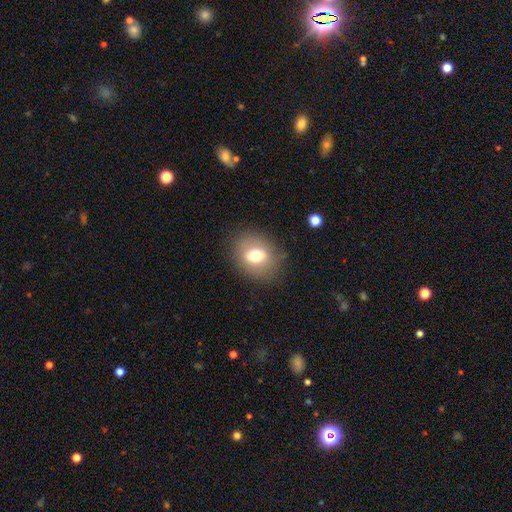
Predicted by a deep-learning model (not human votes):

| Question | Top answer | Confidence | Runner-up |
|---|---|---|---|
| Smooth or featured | smooth | 66% | featured or disk (24%) |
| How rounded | in between | 51% | round (47%) |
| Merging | none | 81% | minor disturbance (13%) |